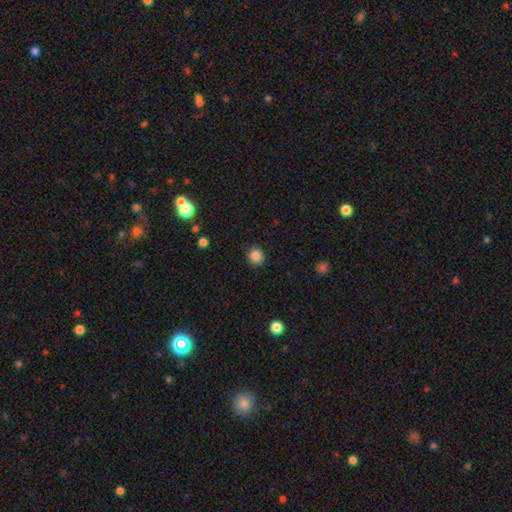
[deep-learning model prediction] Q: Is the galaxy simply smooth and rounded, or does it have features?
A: smooth — 86%.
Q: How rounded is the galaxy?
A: round — 88%.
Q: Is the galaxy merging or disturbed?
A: none — 89%.